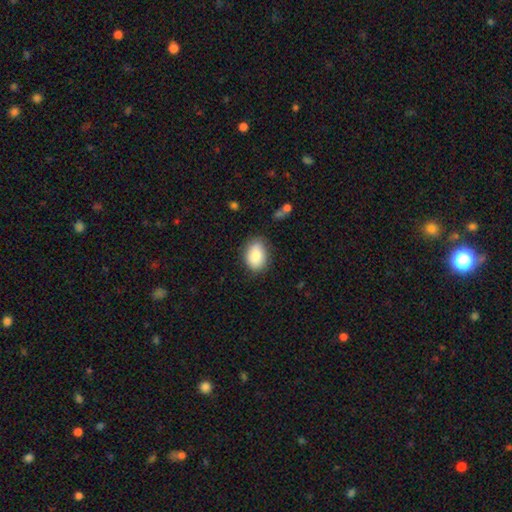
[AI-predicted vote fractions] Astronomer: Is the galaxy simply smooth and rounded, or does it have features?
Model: smooth — 87%.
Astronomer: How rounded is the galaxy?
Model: in between — 82%.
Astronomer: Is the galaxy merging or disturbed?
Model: none — 77%.